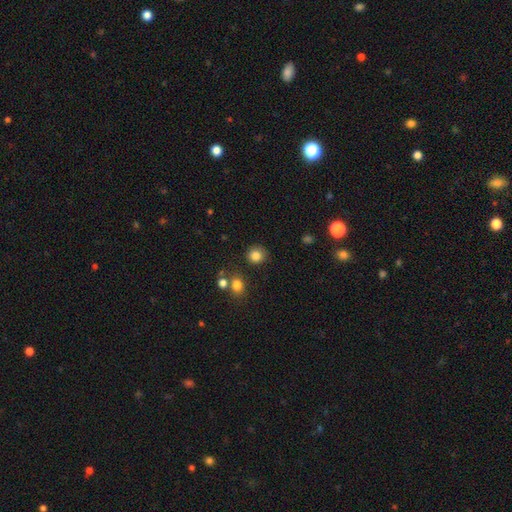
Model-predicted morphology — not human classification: A smooth galaxy with no disk features (84%) that is round (87%).

Vote fractions:
- Smooth or featured? smooth: 84% / star or artifact: 11% / featured or disk: 5%
- How rounded? round: 87% / in between: 12% / cigar-shaped: 1%
- Merging? none: 83% / minor disturbance: 10% / merger: 4% / major disturbance: 3%